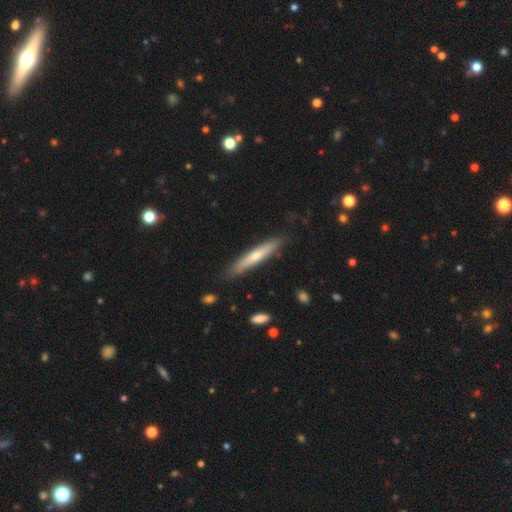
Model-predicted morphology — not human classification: smooth 53%, featured or disk 41%, star or artifact 6%. Down the decision tree: how rounded — cigar-shaped (93%); merging — none (85%).